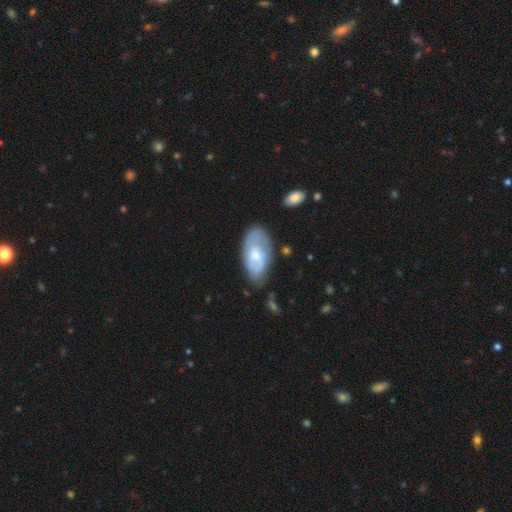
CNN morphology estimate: The model was most divided on "smooth or featured": featured or disk: 53%, smooth: 41%, star or artifact: 6%. More confident: edge-on disk — no (92%); merging — none (59%).